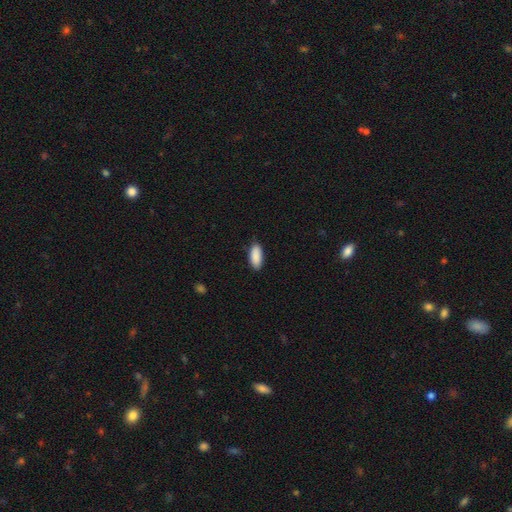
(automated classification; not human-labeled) smooth_or_featured: smooth (p=0.91) [alt: star or artifact p=0.06]
how_rounded: in between (p=0.85) [alt: cigar-shaped p=0.13]
merging: none (p=0.86) [alt: minor disturbance p=0.11]